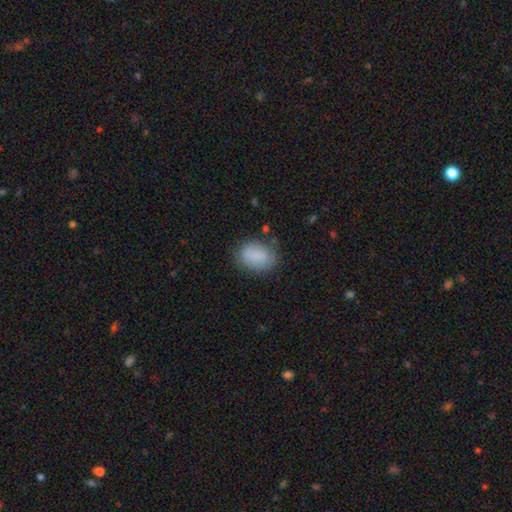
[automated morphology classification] Q: Smooth or featured?
A: smooth (83%); runner-up: featured or disk (9%)
Q: How rounded?
A: in between (72%); runner-up: round (26%)
Q: Merging?
A: none (73%); runner-up: minor disturbance (19%)